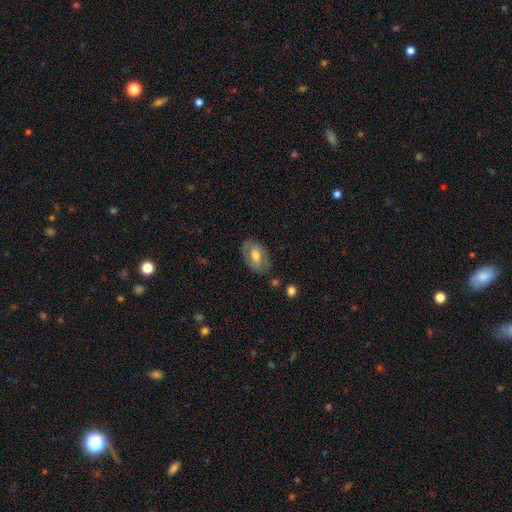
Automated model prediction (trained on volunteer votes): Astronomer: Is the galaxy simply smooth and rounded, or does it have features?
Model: featured or disk — 49% (runner-up: smooth, 44%).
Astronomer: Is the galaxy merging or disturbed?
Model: none — 74%.